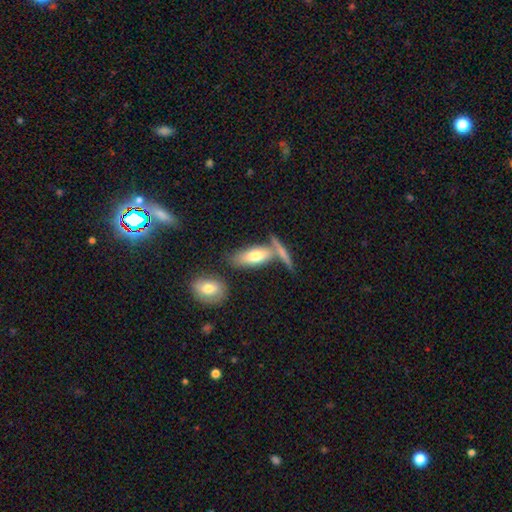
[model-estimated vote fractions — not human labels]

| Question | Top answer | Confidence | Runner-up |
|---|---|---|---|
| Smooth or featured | smooth | 68% | featured or disk (26%) |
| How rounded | in between | 76% | cigar-shaped (21%) |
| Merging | none | 52% | merger (27%) |